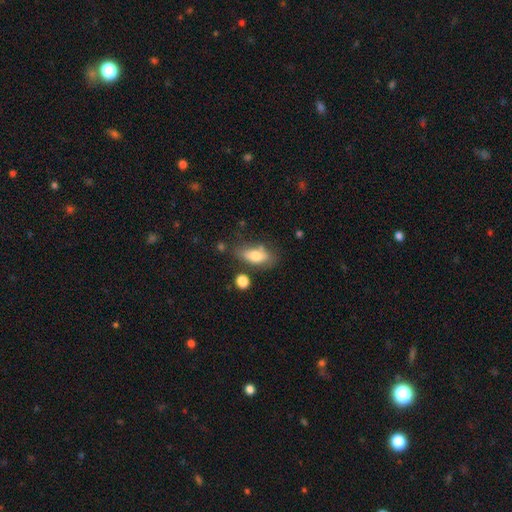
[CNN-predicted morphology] Smooth or featured?
  - smooth: 69% *
  - featured or disk: 23%
  - star or artifact: 8%
How rounded?
  - in between: 84% *
  - cigar-shaped: 10%
  - round: 6%
Merging?
  - none: 60% *
  - minor disturbance: 23%
  - merger: 9%
  - major disturbance: 8%